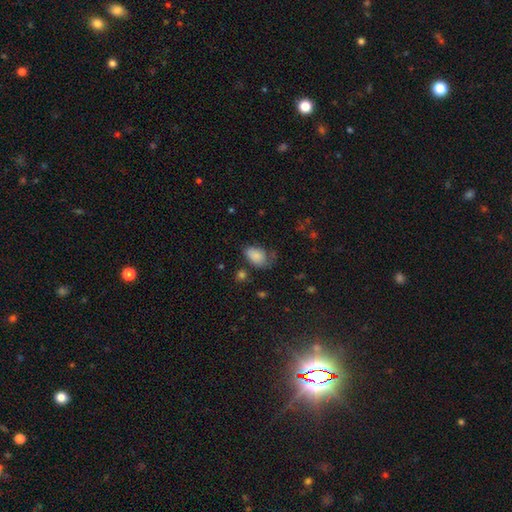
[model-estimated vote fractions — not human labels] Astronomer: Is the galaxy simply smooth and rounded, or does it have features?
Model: smooth — 82%.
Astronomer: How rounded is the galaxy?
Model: in between — 90%.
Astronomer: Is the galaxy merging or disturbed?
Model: none — 47% (runner-up: minor disturbance, 32%).